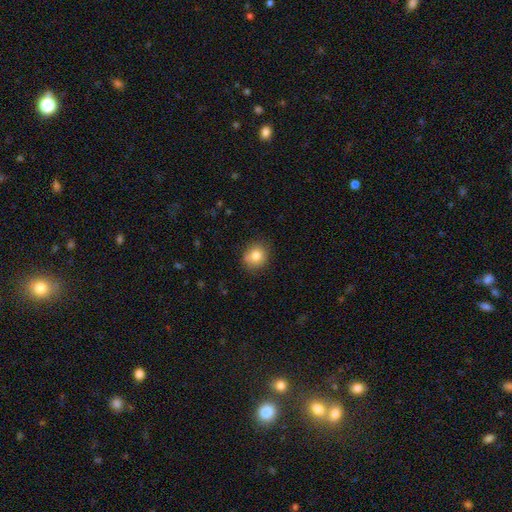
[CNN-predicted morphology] Q: Smooth or featured?
A: smooth (82%); runner-up: star or artifact (10%)
Q: How rounded?
A: round (81%); runner-up: in between (18%)
Q: Merging?
A: none (81%); runner-up: minor disturbance (15%)